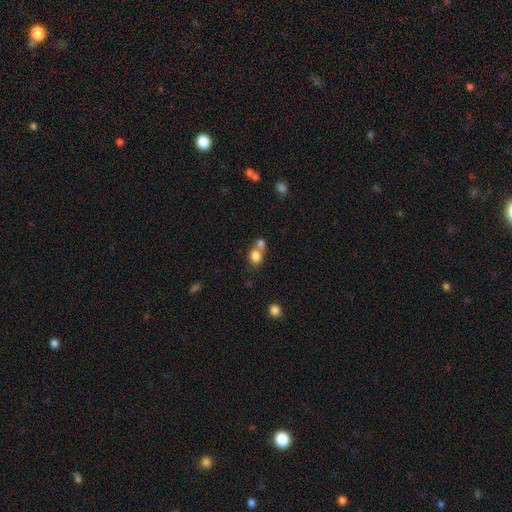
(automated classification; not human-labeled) Q: Smooth or featured?
A: smooth (80%); runner-up: star or artifact (10%)
Q: How rounded?
A: round (54%); runner-up: in between (45%)
Q: Merging?
A: merger (56%); runner-up: none (34%)